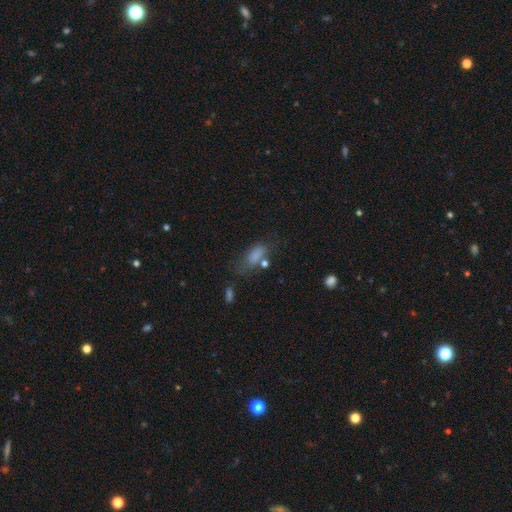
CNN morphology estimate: A smooth galaxy with no disk features (78%) that is in between round and cigar-shaped (82%). Merging: none (43%).